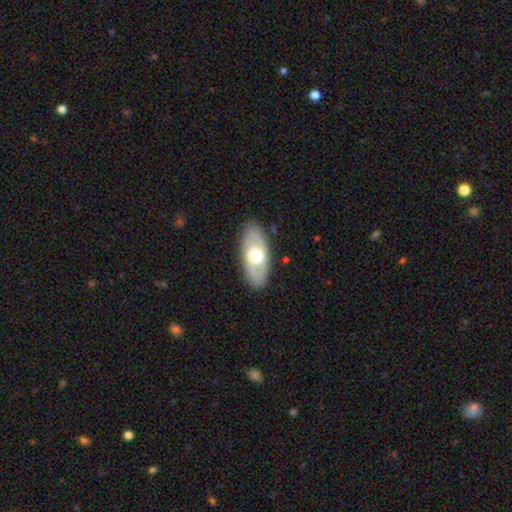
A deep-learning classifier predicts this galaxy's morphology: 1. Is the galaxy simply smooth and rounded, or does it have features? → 52% featured or disk, 43% smooth, 5% star or artifact.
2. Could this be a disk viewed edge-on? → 83% no, 17% yes.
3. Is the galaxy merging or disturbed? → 86% none, 10% minor disturbance, 3% major disturbance, 1% merger.